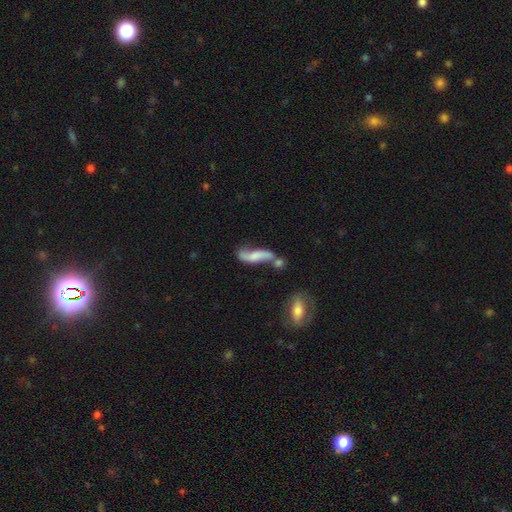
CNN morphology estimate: Smooth or featured? Predicted: featured or disk (p=0.49). Merging? Predicted: none (p=0.40).